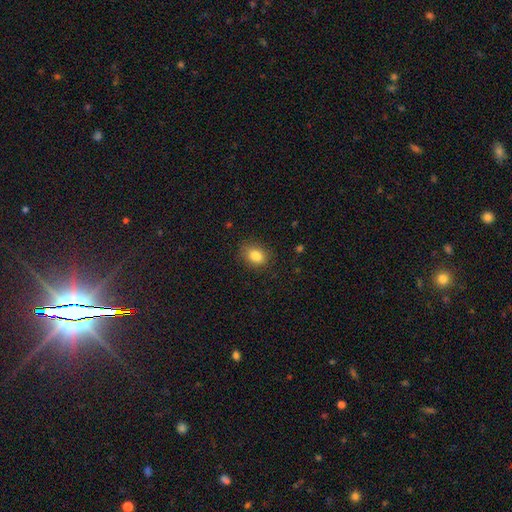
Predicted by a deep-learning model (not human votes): Smooth or featured?
  - smooth: 84% *
  - star or artifact: 9%
  - featured or disk: 6%
How rounded?
  - in between: 66% *
  - round: 33%
  - cigar-shaped: 1%
Merging?
  - none: 84% *
  - minor disturbance: 12%
  - major disturbance: 3%
  - merger: 1%